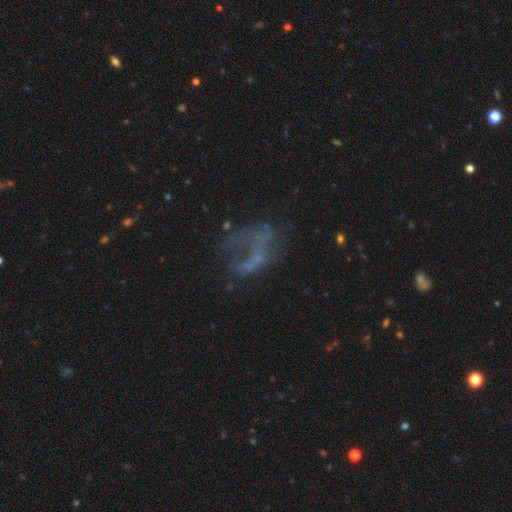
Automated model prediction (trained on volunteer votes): Smooth or featured? Predicted: featured or disk (p=0.51). Edge-on disk? Predicted: no (p=0.96). Merging? Predicted: major disturbance (p=0.39).